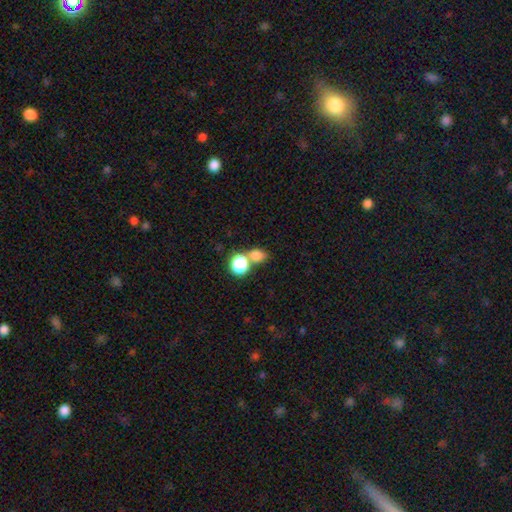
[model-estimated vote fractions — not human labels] This appears to be a smooth galaxy with no disk features (79%) that is round (59%). Merging: merger (46%).